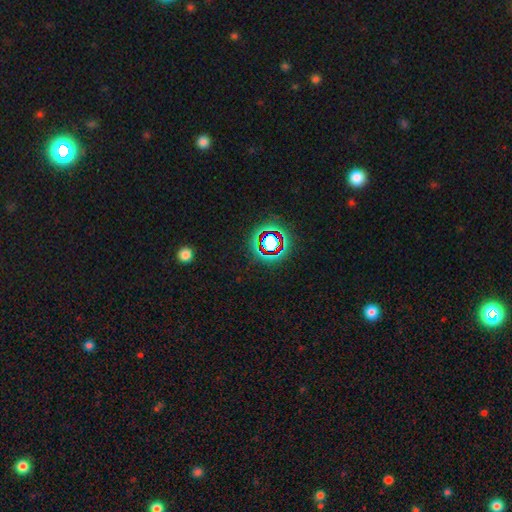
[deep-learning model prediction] A star or artifact, not a galaxy (59%).

Vote fractions:
- Smooth or featured? star or artifact: 59% / smooth: 25% / featured or disk: 16%